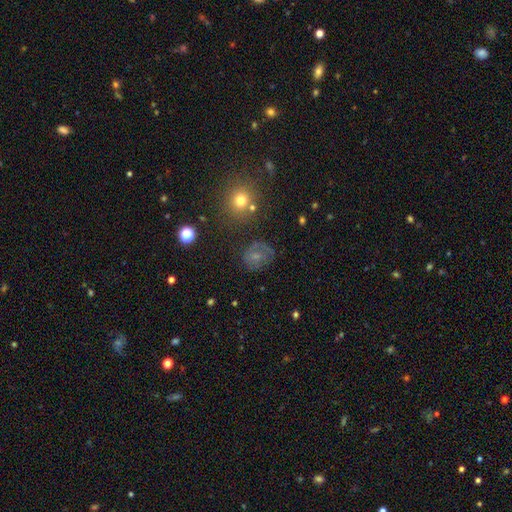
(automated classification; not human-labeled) A smooth galaxy with no disk features (40%, tied with featured or disk).

Vote fractions:
- Smooth or featured? smooth: 40% (tied) / featured or disk: 40% (tied) / star or artifact: 20%
- Merging? none: 64% / minor disturbance: 21% / major disturbance: 12% / merger: 3%